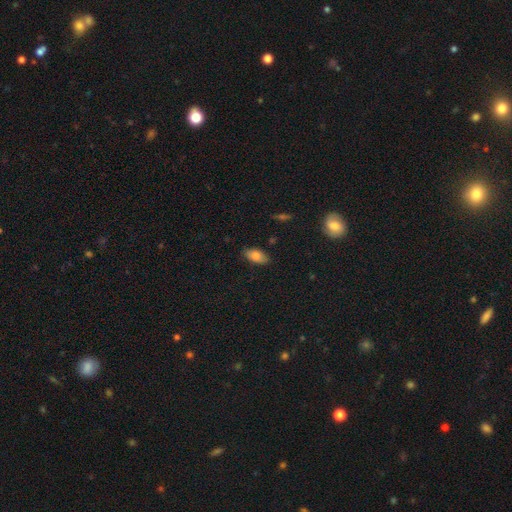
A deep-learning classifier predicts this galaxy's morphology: smooth 81%, featured or disk 11%, star or artifact 8%. Down the decision tree: how rounded — in between (92%); merging — none (85%).